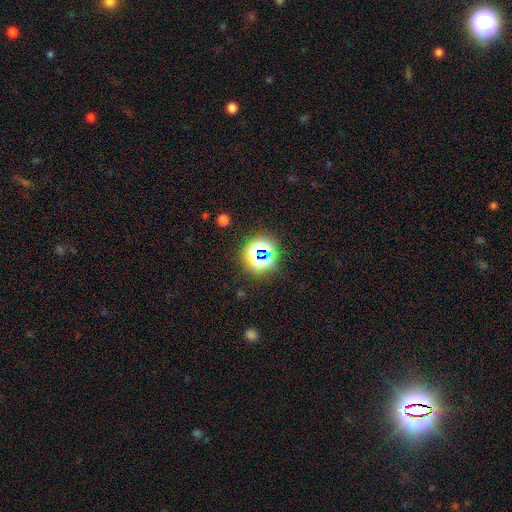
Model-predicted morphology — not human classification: star or artifact 69%, smooth 21%, featured or disk 9%.